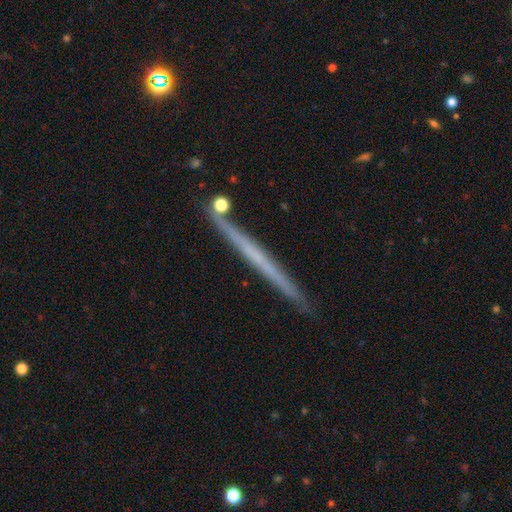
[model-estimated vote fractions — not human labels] smooth-or-featured: featured or disk: 59% | smooth: 35% | star or artifact: 7%
  disk-edge-on: yes: 97% | no: 3%
    edge-on-bulge: none: 91% | rounded: 6% | boxy: 3%
  merging: none: 89% | minor disturbance: 7% | merger: 2% | major disturbance: 1%